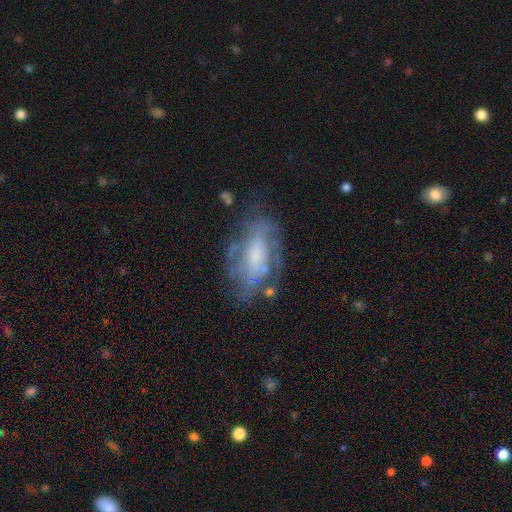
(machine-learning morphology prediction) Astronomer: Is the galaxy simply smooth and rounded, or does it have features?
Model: featured or disk — 68%.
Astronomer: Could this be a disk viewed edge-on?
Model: no — 93%.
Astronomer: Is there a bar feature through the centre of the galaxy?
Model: no — 60%.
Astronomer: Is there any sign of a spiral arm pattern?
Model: yes — 61% (runner-up: no, 39%).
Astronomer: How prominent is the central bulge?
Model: small — 41% (runner-up: moderate, 32%).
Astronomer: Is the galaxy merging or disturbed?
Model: none — 59%.